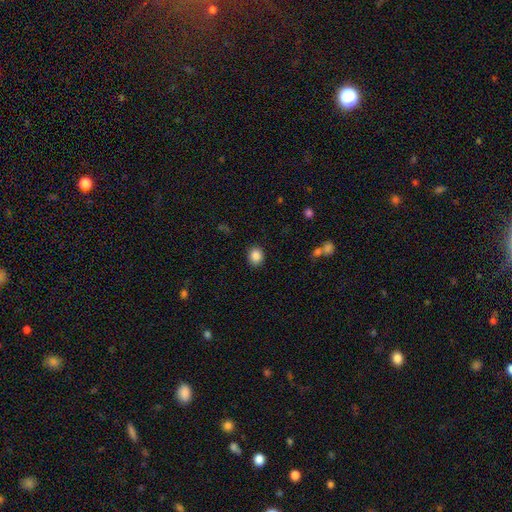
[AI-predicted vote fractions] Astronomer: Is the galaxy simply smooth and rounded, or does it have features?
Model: smooth — 86%.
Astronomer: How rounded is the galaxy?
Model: round — 73%.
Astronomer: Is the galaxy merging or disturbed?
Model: none — 90%.